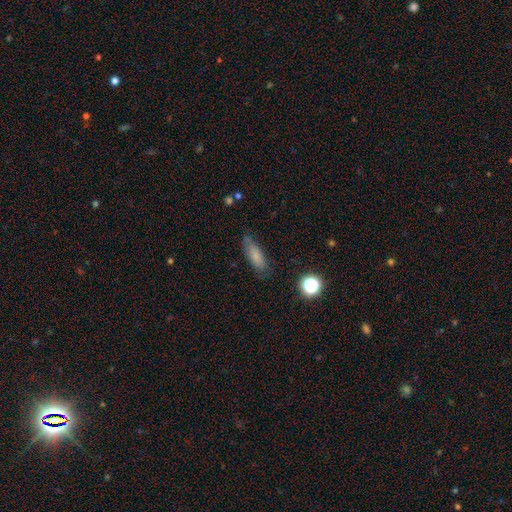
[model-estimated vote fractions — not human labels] smooth-or-featured: smooth: 77% | featured or disk: 13% | star or artifact: 10%
  how-rounded: in between: 51% | cigar-shaped: 45% | round: 3%
  merging: none: 72% | minor disturbance: 21% | major disturbance: 5% | merger: 2%